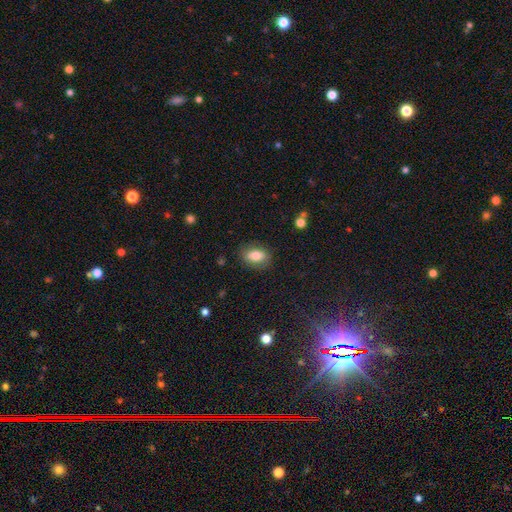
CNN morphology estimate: This appears to be a smooth galaxy with no disk features (82%) that is in between round and cigar-shaped (85%). Merging: none (82%).